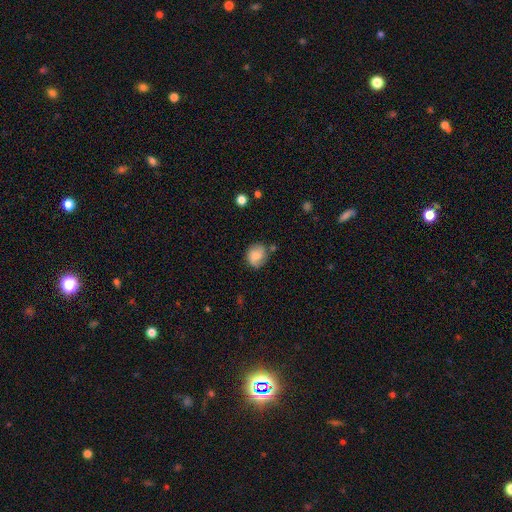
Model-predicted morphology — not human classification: A smooth galaxy with no disk features (71%) that is round (73%).

Vote fractions:
- Smooth or featured? smooth: 71% / featured or disk: 20% / star or artifact: 9%
- How rounded? round: 73% / in between: 26% / cigar-shaped: 1%
- Merging? none: 69% / minor disturbance: 21% / major disturbance: 5% / merger: 5%